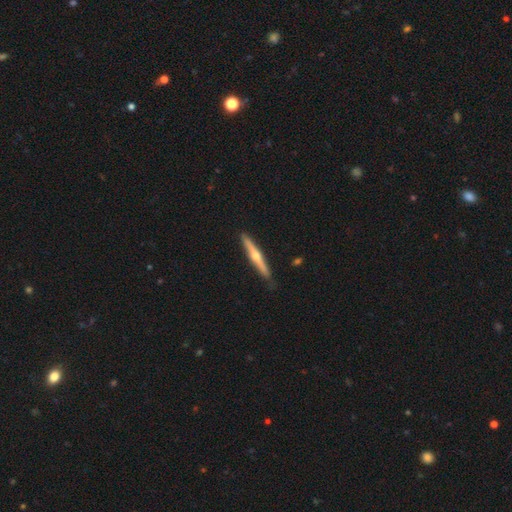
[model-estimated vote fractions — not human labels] Q: Smooth or featured?
A: featured or disk (69%); runner-up: smooth (27%)
Q: Edge-on disk?
A: yes (97%); runner-up: no (3%)
Q: Edge-on bulge?
A: rounded (91%); runner-up: none (7%)
Q: Merging?
A: none (89%); runner-up: minor disturbance (9%)